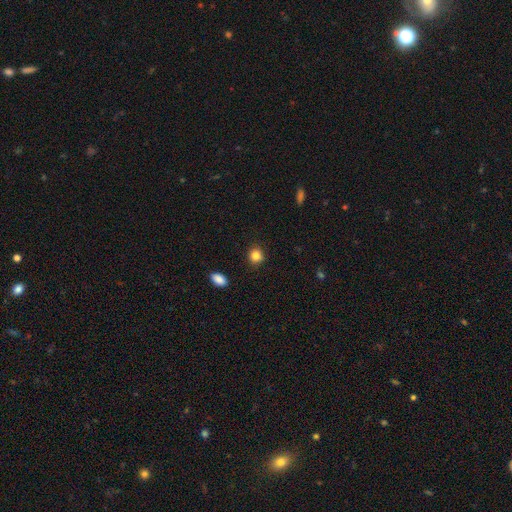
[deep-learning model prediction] Smooth or featured? Predicted: smooth (p=0.85). How rounded? Predicted: round (p=0.81). Merging? Predicted: none (p=0.89).